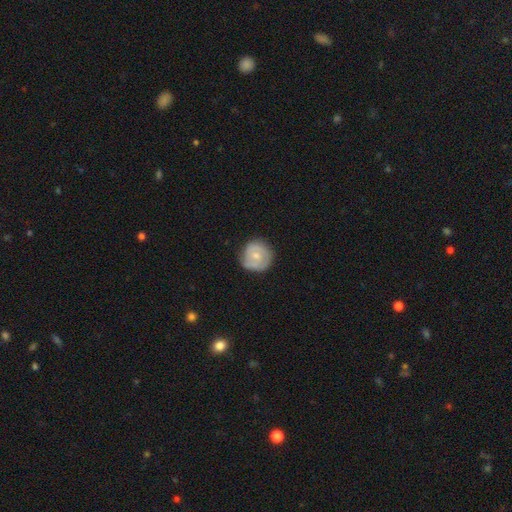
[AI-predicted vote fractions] Morphology: type=featured or disk (47%, tied with smooth); merging=none (73%).